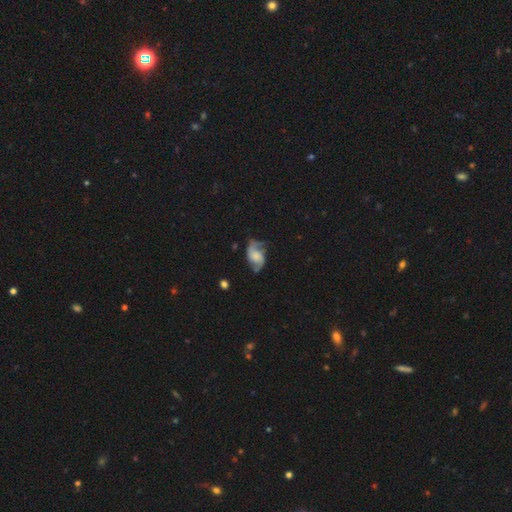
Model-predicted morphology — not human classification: Smooth or featured?
  - featured or disk: 76% *
  - smooth: 17%
  - star or artifact: 7%
Edge-on disk?
  - no: 97% *
  - yes: 3%
Bar?
  - no: 62% *
  - weak: 31%
  - strong: 7%
Spiral arms?
  - yes: 94% *
  - no: 6%
Spiral winding?
  - loose: 50% *
  - medium: 38%
  - tight: 13%
Spiral arm count?
  - 2: 88% *
  - can't tell: 4%
  - 1: 3%
  - 3: 2%
  - 4: 1%
  - more than 4: 1%
Bulge size?
  - small: 28% *
  - none: 27%
  - moderate: 25%
  - large: 17%
  - dominant: 4%
Merging?
  - none: 62% *
  - minor disturbance: 22%
  - major disturbance: 13%
  - merger: 3%